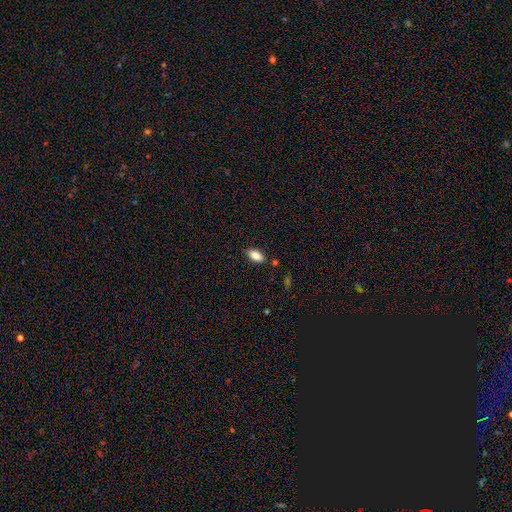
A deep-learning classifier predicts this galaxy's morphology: This is clearly a smooth galaxy (85%). How rounded: clearly in between (91%). Merging: clearly none (84%).